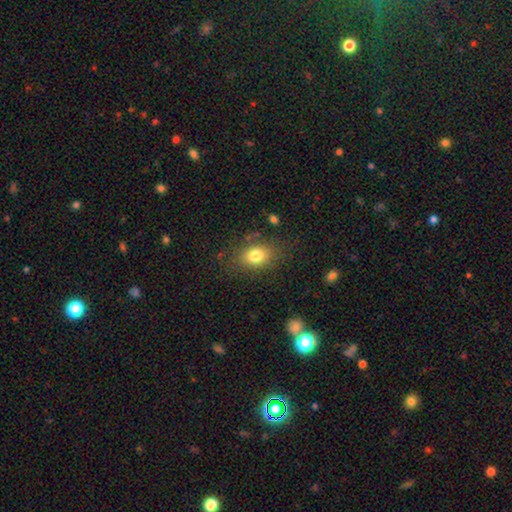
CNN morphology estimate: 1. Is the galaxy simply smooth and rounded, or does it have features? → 80% smooth, 10% star or artifact, 10% featured or disk.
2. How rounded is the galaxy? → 67% in between, 32% round, 1% cigar-shaped.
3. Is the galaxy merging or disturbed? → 78% none, 14% minor disturbance, 6% major disturbance, 2% merger.